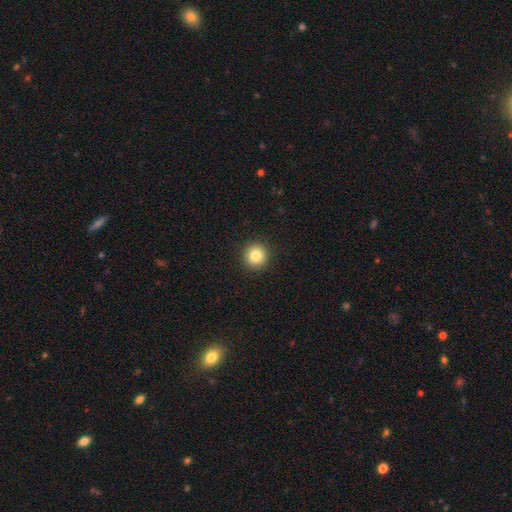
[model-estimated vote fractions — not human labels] smooth_or_featured: smooth (p=0.83) [alt: star or artifact p=0.10]
how_rounded: round (p=0.94) [alt: in between p=0.05]
merging: none (p=0.93) [alt: minor disturbance p=0.05]